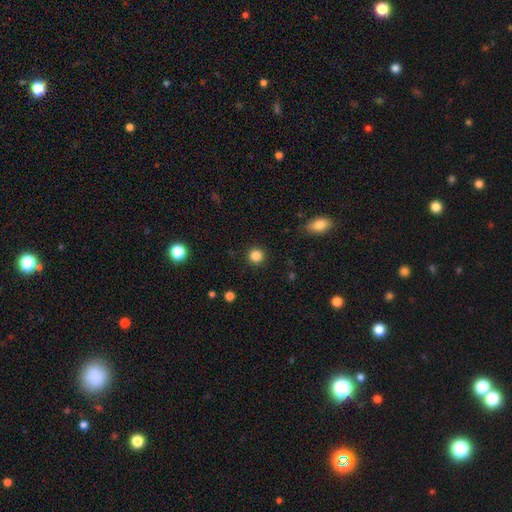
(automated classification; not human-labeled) The model was most divided on "smooth or featured": smooth: 84%, star or artifact: 12%, featured or disk: 4%. More confident: how rounded — round (95%); merging — none (92%).